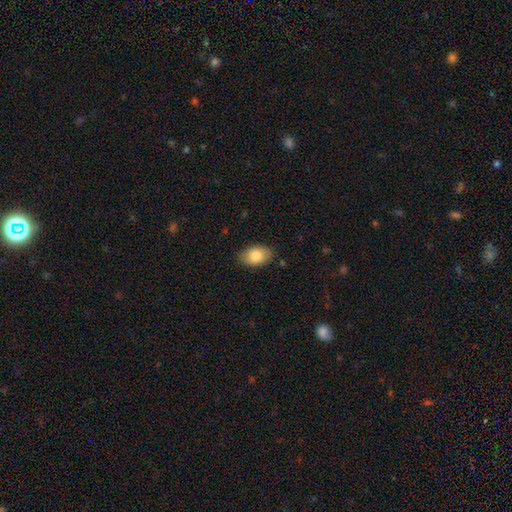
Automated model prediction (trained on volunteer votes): Q: Smooth or featured?
A: smooth (84%); runner-up: featured or disk (9%)
Q: How rounded?
A: in between (89%); runner-up: round (10%)
Q: Merging?
A: none (83%); runner-up: minor disturbance (13%)